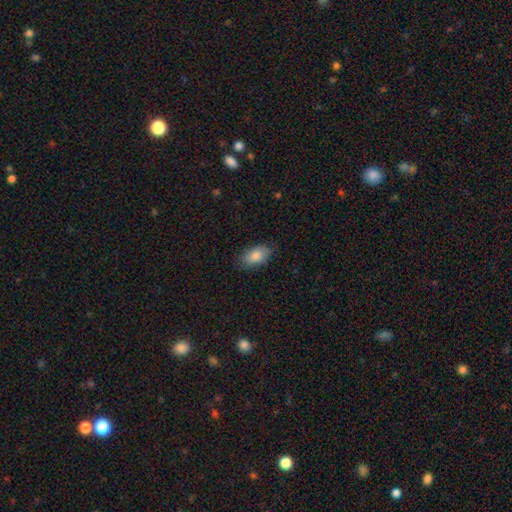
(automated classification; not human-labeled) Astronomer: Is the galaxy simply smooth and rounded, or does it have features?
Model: smooth — 83%.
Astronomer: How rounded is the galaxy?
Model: in between — 93%.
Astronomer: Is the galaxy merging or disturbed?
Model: none — 83%.